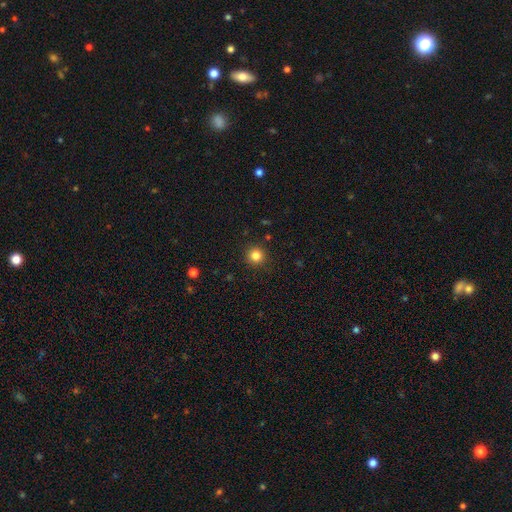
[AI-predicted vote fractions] smooth_or_featured: smooth (p=0.83) [alt: star or artifact p=0.12]
how_rounded: round (p=0.95) [alt: in between p=0.04]
merging: none (p=0.92) [alt: minor disturbance p=0.05]